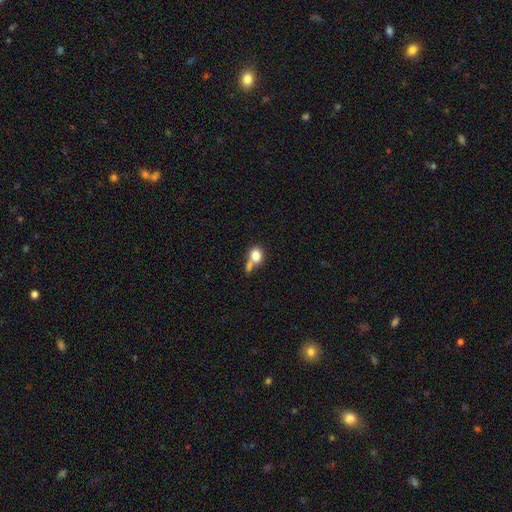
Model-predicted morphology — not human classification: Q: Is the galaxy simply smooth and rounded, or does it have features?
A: smooth — 78%.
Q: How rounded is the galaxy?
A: in between — 58%.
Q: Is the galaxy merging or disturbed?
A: merger — 42%.